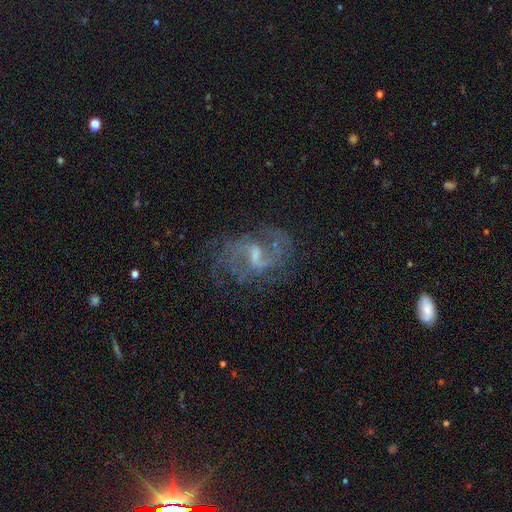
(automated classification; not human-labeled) smooth_or_featured: featured or disk (p=0.83) [alt: star or artifact p=0.08]
disk_edge_on: no (p=0.97) [alt: yes p=0.03]
bar: weak (p=0.60) [alt: strong p=0.26]
has_spiral_arms: yes (p=0.90) [alt: no p=0.10]
spiral_winding: loose (p=0.48) [alt: medium p=0.41]
spiral_arm_count: 2 (p=0.74) [alt: can't tell p=0.13]
bulge_size: small (p=0.42) [alt: moderate p=0.31]
merging: none (p=0.60) [alt: major disturbance p=0.19]